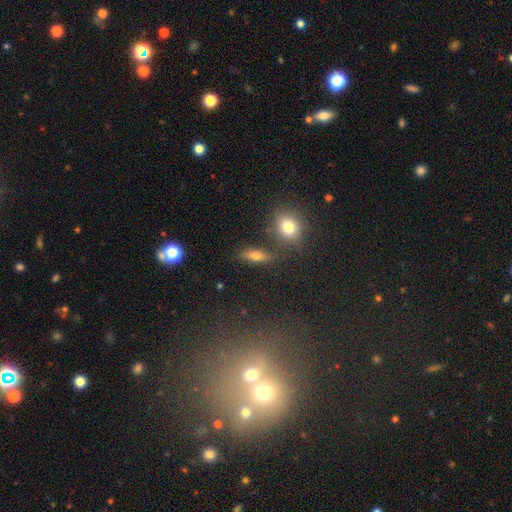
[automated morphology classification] This appears to be a smooth galaxy with no disk features (63%) that is in between round and cigar-shaped (52%). Merging: none (79%).